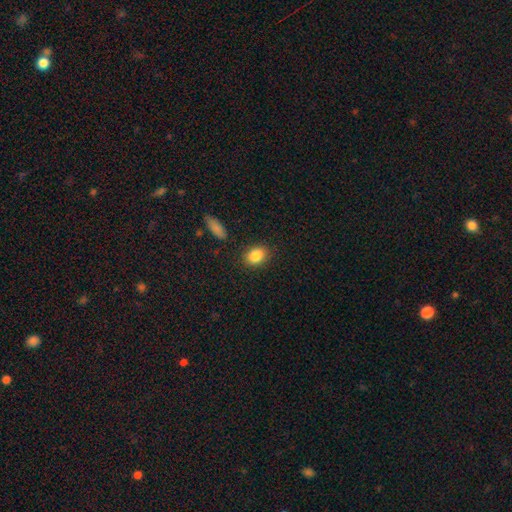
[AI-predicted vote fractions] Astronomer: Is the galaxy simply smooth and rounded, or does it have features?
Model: smooth — 86%.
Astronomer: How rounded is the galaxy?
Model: in between — 64%.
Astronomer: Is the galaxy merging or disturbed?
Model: none — 86%.